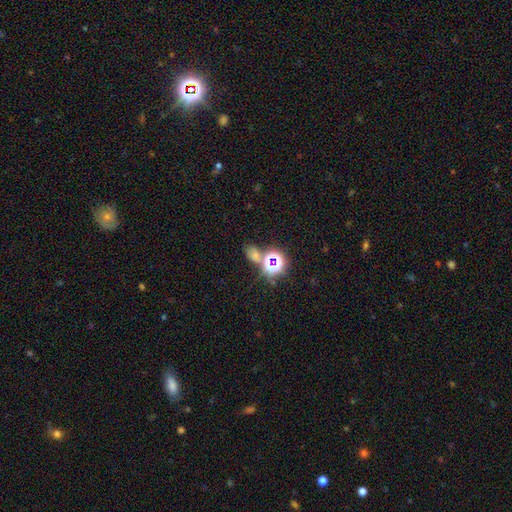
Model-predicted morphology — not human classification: A star or artifact, not a galaxy (59%).

Vote fractions:
- Smooth or featured? star or artifact: 59% / smooth: 32% / featured or disk: 9%